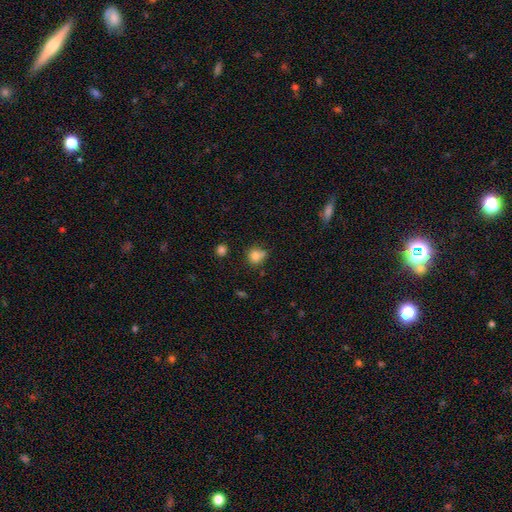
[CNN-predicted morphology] smooth-or-featured: smooth: 80% | star or artifact: 12% | featured or disk: 8%
  how-rounded: round: 82% | in between: 17% | cigar-shaped: 1%
  merging: none: 59% | minor disturbance: 22% | merger: 13% | major disturbance: 6%